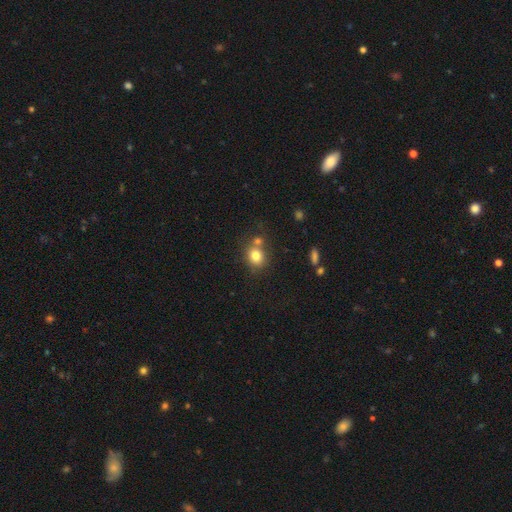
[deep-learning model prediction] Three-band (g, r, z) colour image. It shows a smooth galaxy with no disk features (80%) that is round (69%). Merging: none (59%).